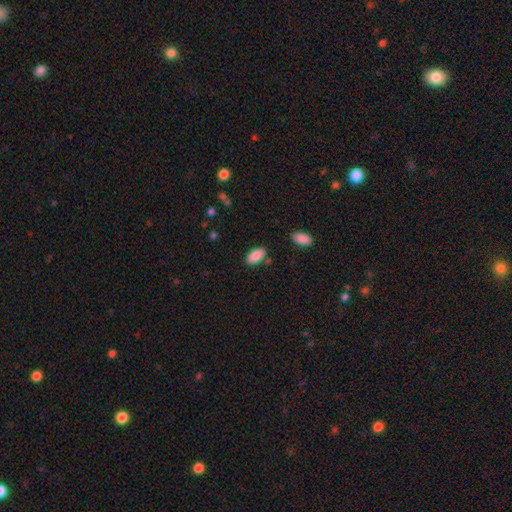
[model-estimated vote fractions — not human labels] smooth-or-featured: smooth: 89% | star or artifact: 7% | featured or disk: 5%
  how-rounded: in between: 93% | cigar-shaped: 5% | round: 2%
  merging: none: 81% | minor disturbance: 12% | merger: 4% | major disturbance: 3%